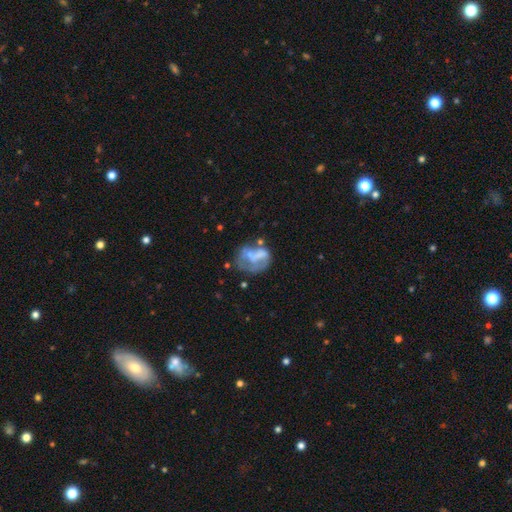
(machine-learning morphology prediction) featured or disk 51%, smooth 38%, star or artifact 11%. Down the decision tree: edge-on disk — no (98%); bar — no (79%); spiral arms — no (83%); bulge size — none (62%); merging — none (33%).